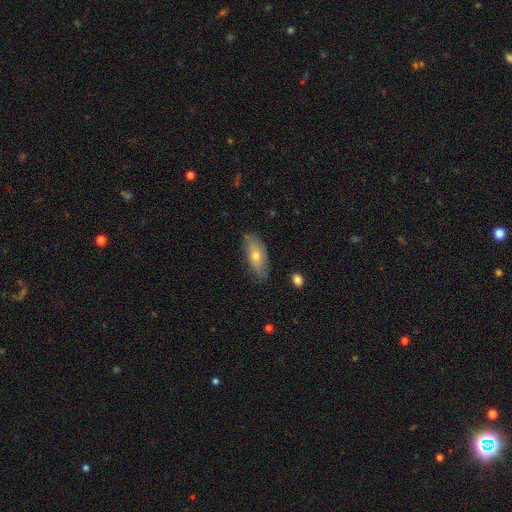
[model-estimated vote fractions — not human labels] smooth_or_featured: smooth (p=0.61) [alt: featured or disk p=0.32]
how_rounded: in between (p=0.78) [alt: cigar-shaped p=0.19]
merging: none (p=0.76) [alt: minor disturbance p=0.19]